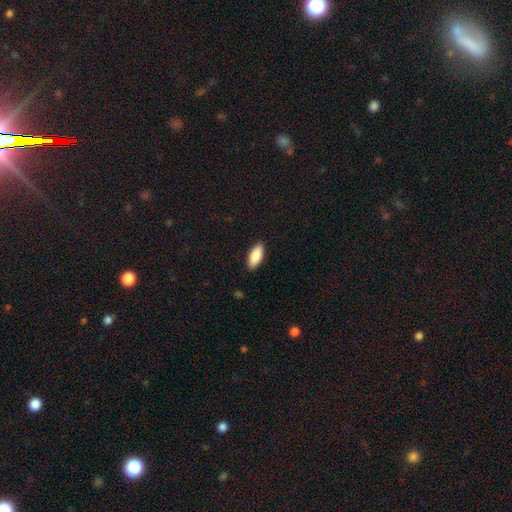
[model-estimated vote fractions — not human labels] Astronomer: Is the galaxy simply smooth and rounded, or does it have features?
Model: smooth — 87%.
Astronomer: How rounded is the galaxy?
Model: in between — 79%.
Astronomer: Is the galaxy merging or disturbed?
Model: none — 89%.